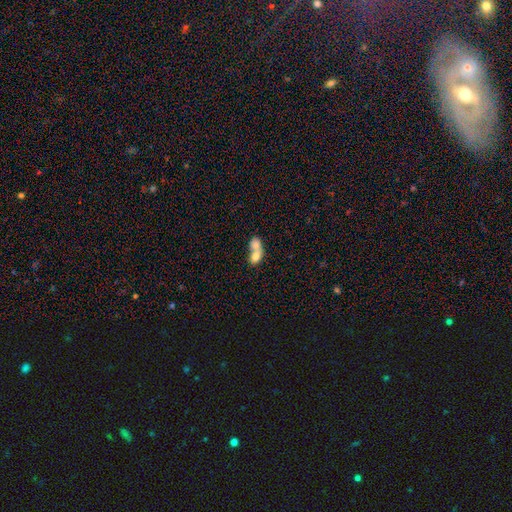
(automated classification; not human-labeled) Morphology: type=smooth (70%); roundness=in between (63%); merging=merger (80%).